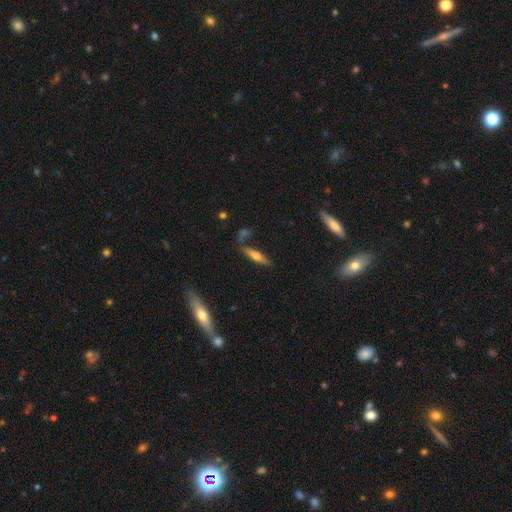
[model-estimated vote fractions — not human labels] smooth_or_featured: featured or disk (p=0.50) [alt: smooth p=0.44]
merging: none (p=0.74) [alt: minor disturbance p=0.13]